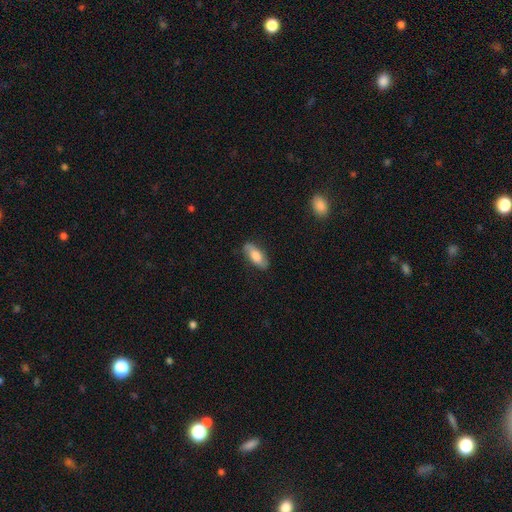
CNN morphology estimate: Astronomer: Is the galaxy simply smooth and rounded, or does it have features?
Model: smooth — 68%.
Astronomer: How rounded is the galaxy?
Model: in between — 80%.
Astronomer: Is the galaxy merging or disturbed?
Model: none — 80%.